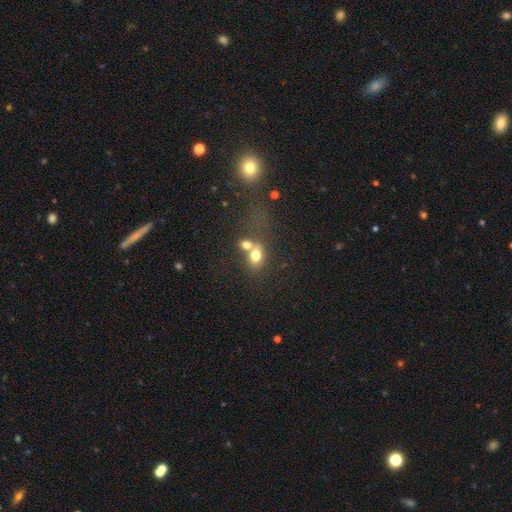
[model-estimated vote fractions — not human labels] Smooth or featured: smooth — 72% (featured or disk — 15%)
How rounded: in between — 57% (round — 41%)
Merging: merger — 54% (none — 30%)